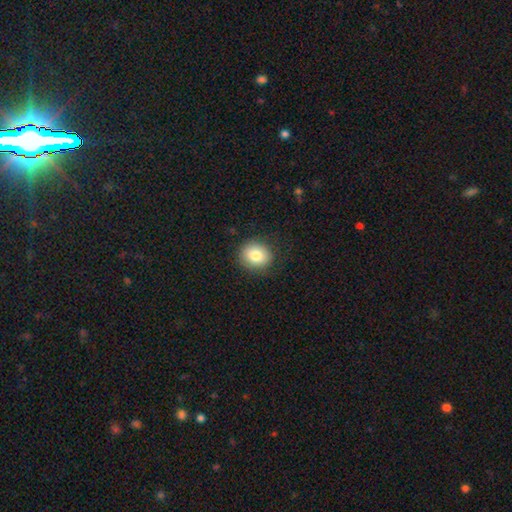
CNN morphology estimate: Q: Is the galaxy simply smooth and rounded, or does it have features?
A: smooth — 82%.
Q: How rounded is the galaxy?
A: round — 72%.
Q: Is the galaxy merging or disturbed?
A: none — 86%.